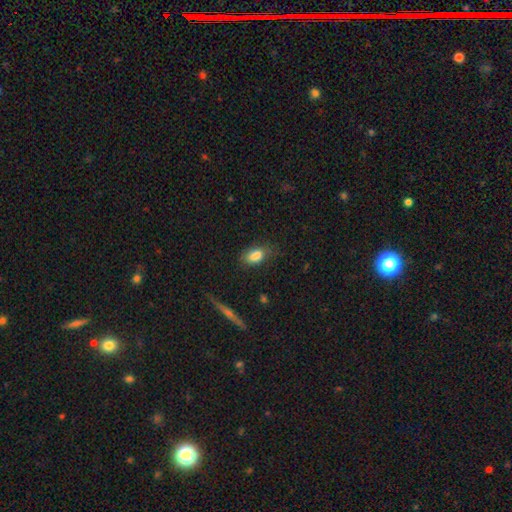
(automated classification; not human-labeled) Smooth or featured: smooth — 83% (star or artifact — 9%)
How rounded: in between — 87% (round — 8%)
Merging: none — 71% (minor disturbance — 21%)